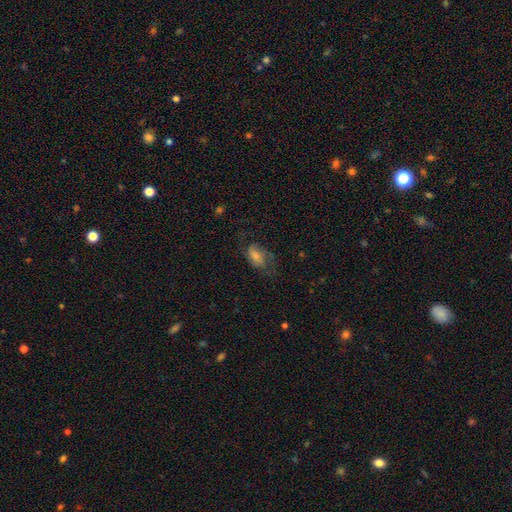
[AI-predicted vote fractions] A featured or disk galaxy (50%).

Vote fractions:
- Smooth or featured? featured or disk: 50% / smooth: 36% / star or artifact: 14%
- Merging? none: 60% / minor disturbance: 21% / major disturbance: 17% / merger: 1%